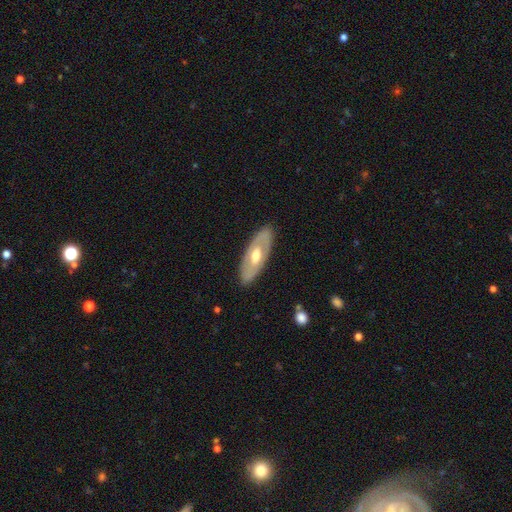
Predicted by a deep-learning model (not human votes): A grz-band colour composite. It shows a featured or disk galaxy (60%). Merging: none (86%).